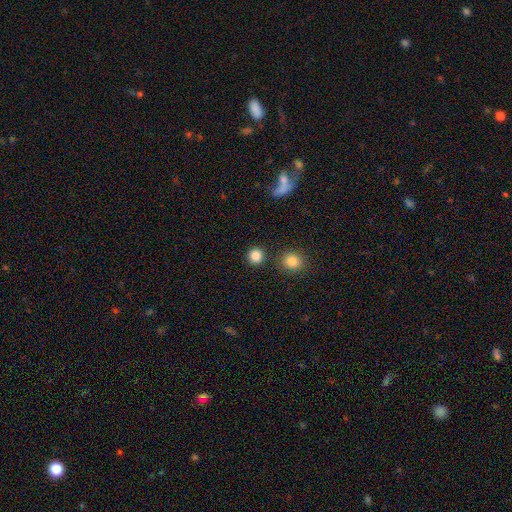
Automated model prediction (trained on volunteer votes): Smooth or featured? smooth (86%)
How rounded? round (92%)
Merging? none (87%)